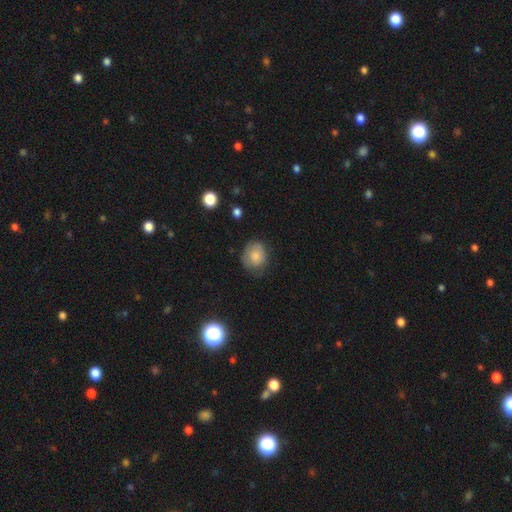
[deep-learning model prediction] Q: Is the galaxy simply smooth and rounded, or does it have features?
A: smooth — 72%.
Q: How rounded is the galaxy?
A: round — 68%.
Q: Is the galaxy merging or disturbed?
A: none — 65%.